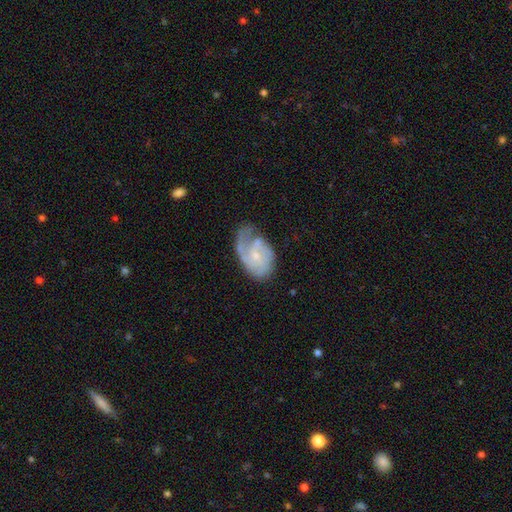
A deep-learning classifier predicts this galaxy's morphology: The model was most divided on "spiral winding" (2-way tie): medium: 40%, tight: 40%, loose: 20%. Remaining: edge-on disk — no (97%); spiral arms — yes (89%); smooth or featured — featured or disk (76%); bulge size — small (72%); bar — no (67%); merging — none (42%); spiral arm count — 2 (32%).